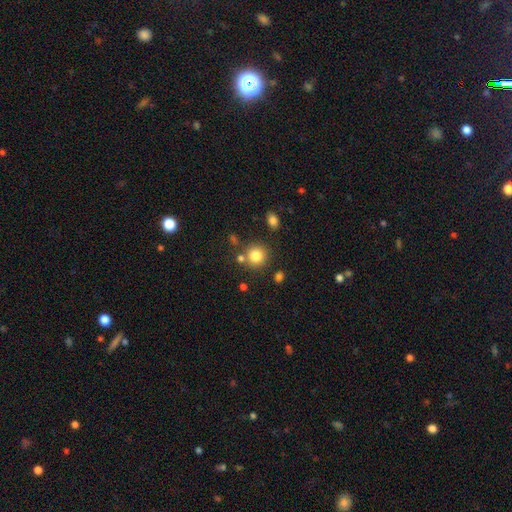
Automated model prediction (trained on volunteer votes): This appears to be a smooth galaxy with no disk features (82%) that is round (91%). Merging: none (77%).